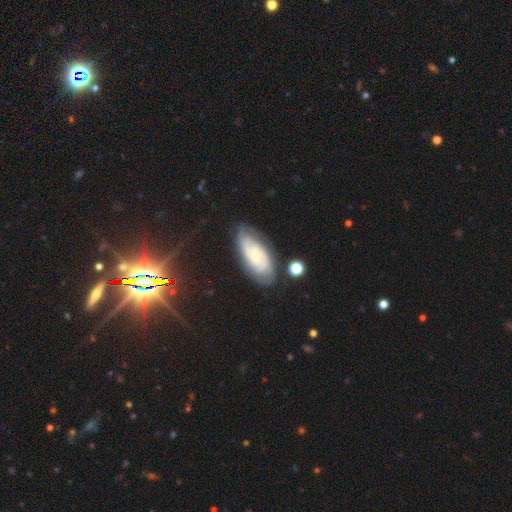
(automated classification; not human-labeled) smooth_or_featured: featured or disk (p=0.72) [alt: smooth p=0.21]
disk_edge_on: no (p=0.92) [alt: yes p=0.08]
bar: no (p=0.70) [alt: weak p=0.24]
has_spiral_arms: yes (p=0.89) [alt: no p=0.11]
spiral_winding: tight (p=0.68) [alt: medium p=0.25]
spiral_arm_count: can't tell (p=0.47) [alt: 2 p=0.33]
bulge_size: small (p=0.73) [alt: moderate p=0.22]
merging: none (p=0.73) [alt: minor disturbance p=0.19]